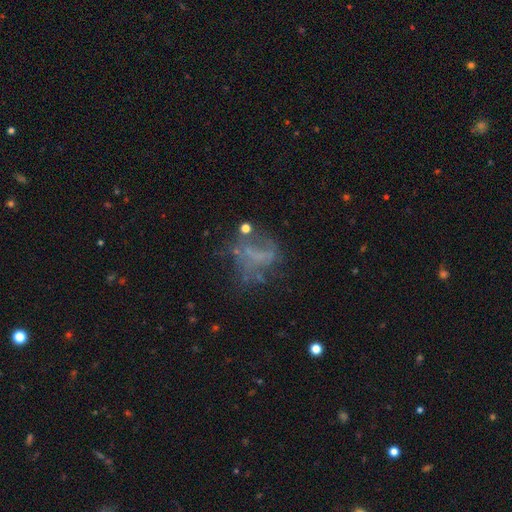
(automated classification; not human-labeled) The model was most divided on "merging": none: 40%, major disturbance: 34%, minor disturbance: 18%, merger: 8%. More confident: edge-on disk — no (97%); smooth or featured — featured or disk (51%).